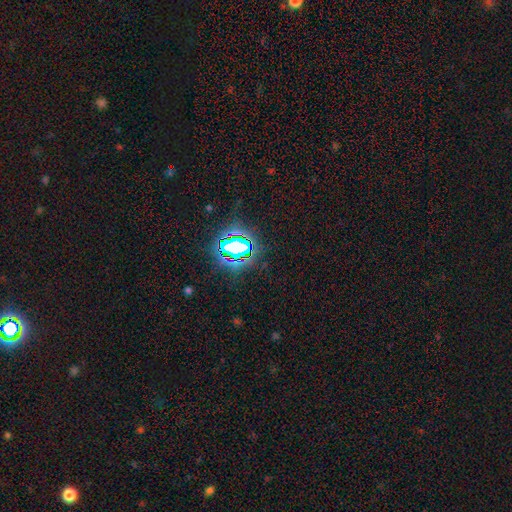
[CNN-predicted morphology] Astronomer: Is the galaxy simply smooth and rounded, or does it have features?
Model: star or artifact — 82%.